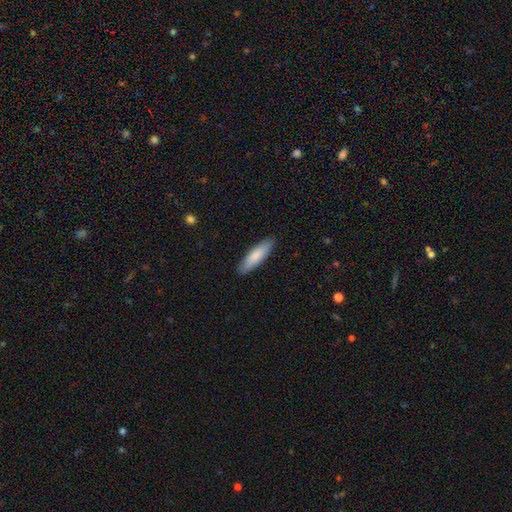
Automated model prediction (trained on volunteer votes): A smooth galaxy with no disk features (83%) that is cigar-shaped (63%). Merging: none (89%).